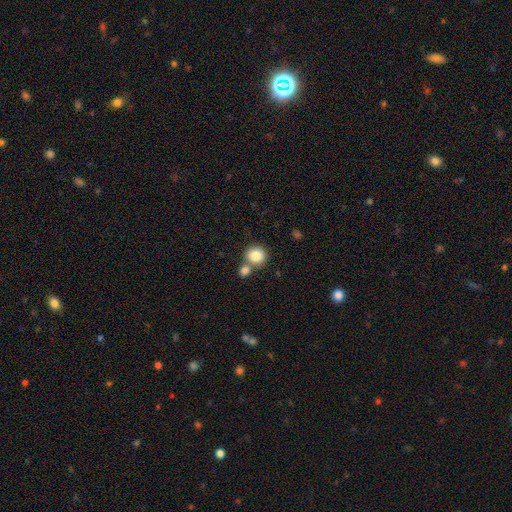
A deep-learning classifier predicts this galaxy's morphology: smooth_or_featured: smooth (p=0.85) [alt: star or artifact p=0.09]
how_rounded: round (p=0.89) [alt: in between p=0.10]
merging: none (p=0.57) [alt: merger p=0.32]